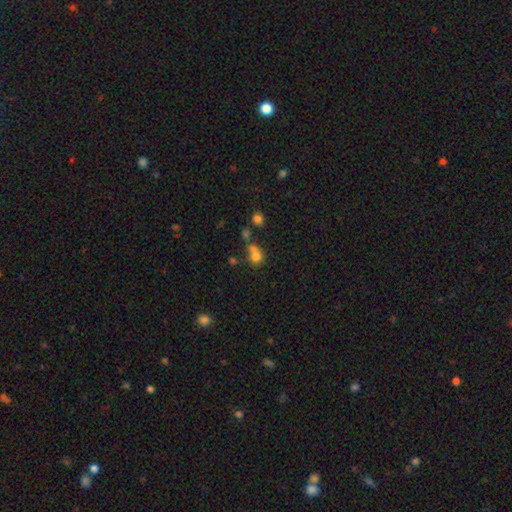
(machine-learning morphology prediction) Smooth or featured? Predicted: smooth (p=0.72). How rounded? Predicted: round (p=0.79). Merging? Predicted: merger (p=0.47).